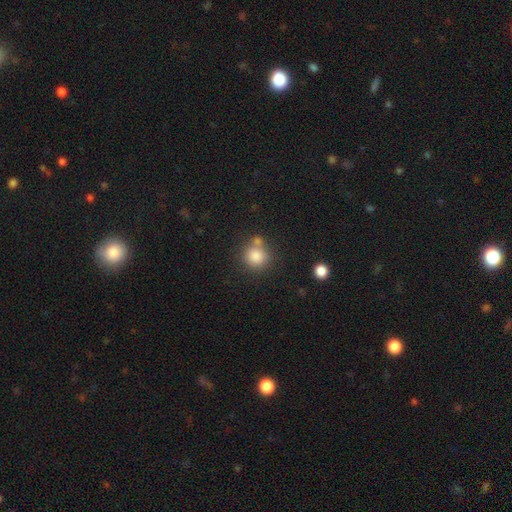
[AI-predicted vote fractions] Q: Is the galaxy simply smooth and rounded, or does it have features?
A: smooth — 83%.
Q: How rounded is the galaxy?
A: round — 89%.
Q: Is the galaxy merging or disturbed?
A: none — 63%.